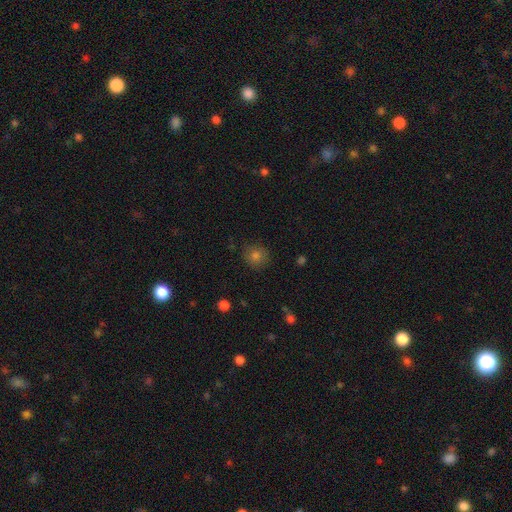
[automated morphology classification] Smooth or featured?
  - smooth: 79% *
  - star or artifact: 13%
  - featured or disk: 8%
How rounded?
  - round: 91% *
  - in between: 8%
  - cigar-shaped: 1%
Merging?
  - none: 87% *
  - minor disturbance: 9%
  - major disturbance: 2%
  - merger: 1%